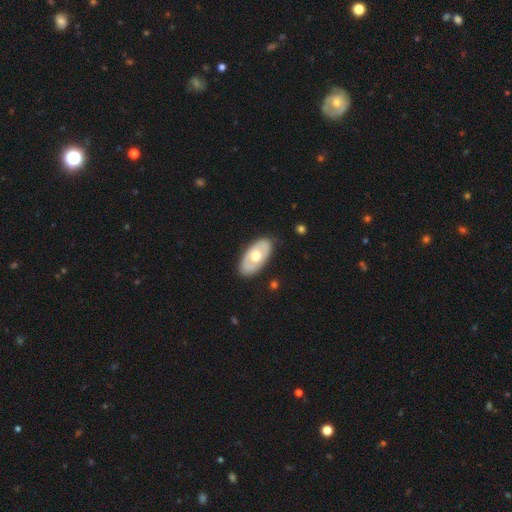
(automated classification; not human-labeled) A smooth galaxy with no disk features (49%). Merging: none (84%).